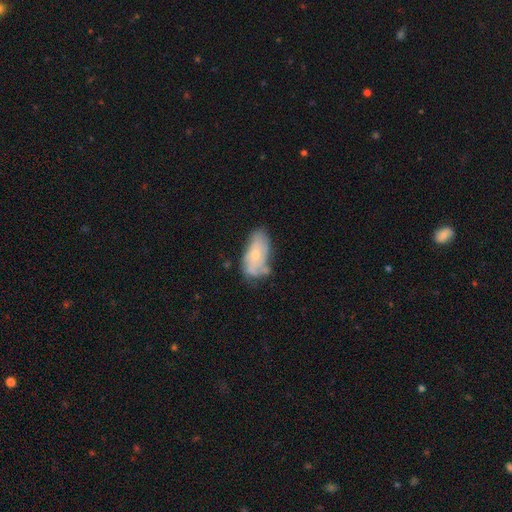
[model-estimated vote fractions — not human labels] This appears to be a featured or disk galaxy (47%). Merging: none (45%).